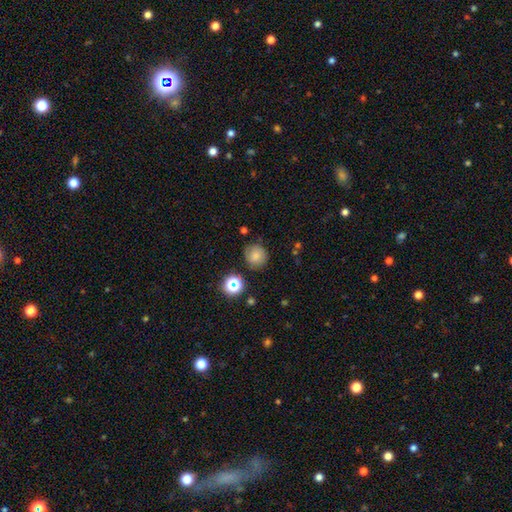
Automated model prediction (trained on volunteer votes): Q: Smooth or featured?
A: smooth (77%); runner-up: star or artifact (14%)
Q: How rounded?
A: round (91%); runner-up: in between (8%)
Q: Merging?
A: none (79%); runner-up: minor disturbance (13%)